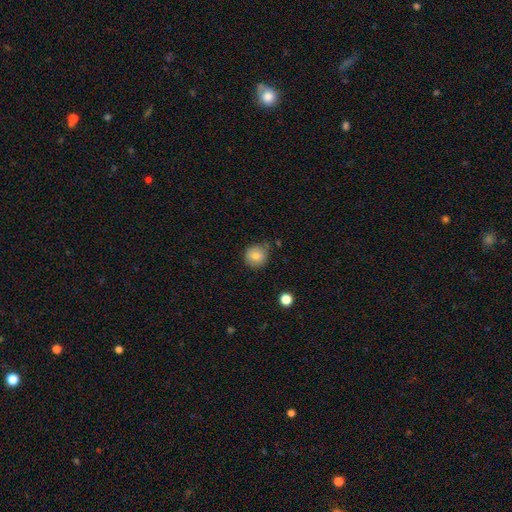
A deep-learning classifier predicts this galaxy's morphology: Overall: smooth (81%). How rounded: round (90%). Merging: none (71%).